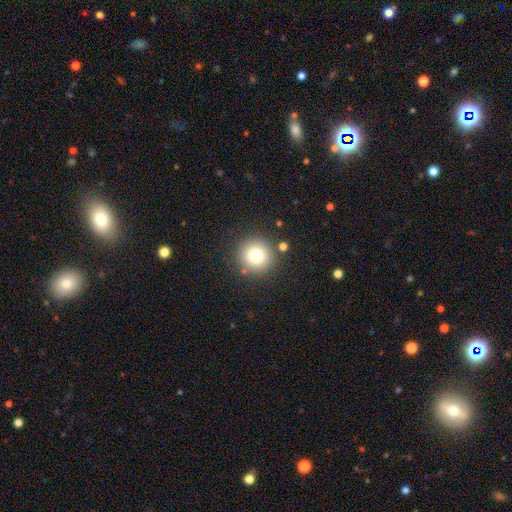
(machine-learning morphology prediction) This appears to be a smooth galaxy with no disk features (80%) that is round (95%). Merging: none (85%).